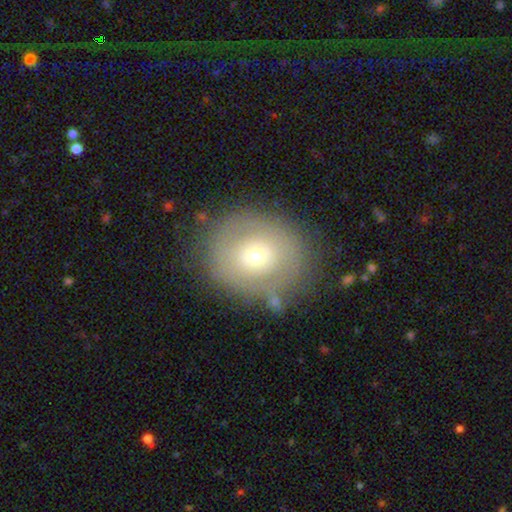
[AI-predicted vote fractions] A smooth galaxy with no disk features (55%) that is round (68%).

Vote fractions:
- Smooth or featured? smooth: 55% / featured or disk: 36% / star or artifact: 9%
- How rounded? round: 68% / in between: 31% / cigar-shaped: 1%
- Merging? none: 78% / minor disturbance: 14% / major disturbance: 6% / merger: 3%